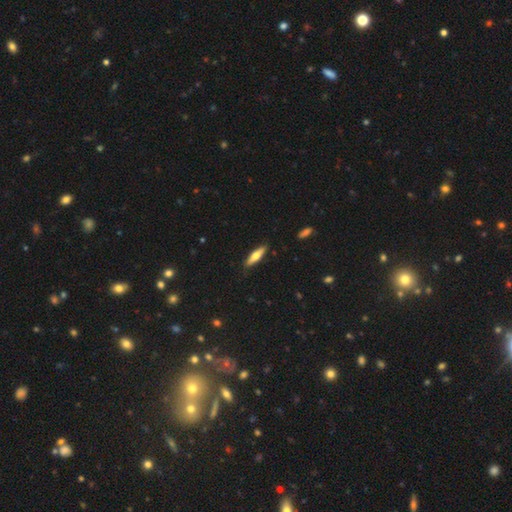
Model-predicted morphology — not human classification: Q: Smooth or featured?
A: smooth (56%); runner-up: featured or disk (39%)
Q: How rounded?
A: cigar-shaped (72%); runner-up: in between (26%)
Q: Merging?
A: none (89%); runner-up: minor disturbance (8%)